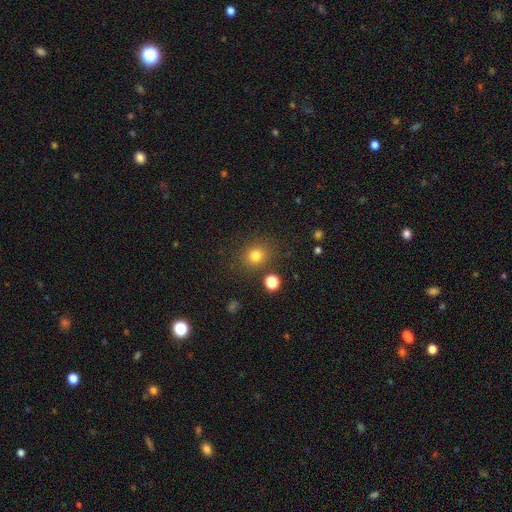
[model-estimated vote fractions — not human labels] Morphology: type=smooth (79%); roundness=round (77%); merging=none (84%).